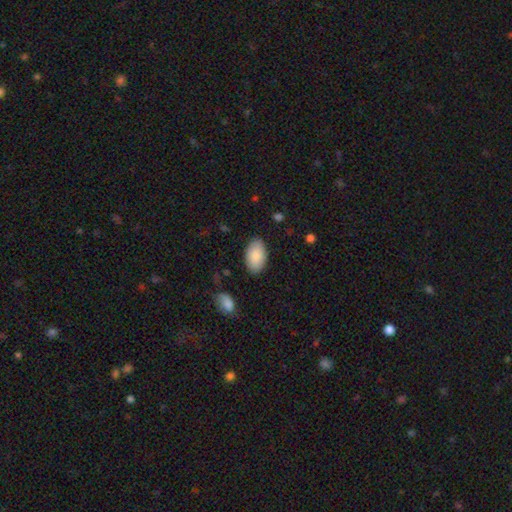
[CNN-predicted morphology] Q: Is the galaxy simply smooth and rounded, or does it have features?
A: smooth — 87%.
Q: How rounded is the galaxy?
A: in between — 94%.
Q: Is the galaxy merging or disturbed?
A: none — 86%.